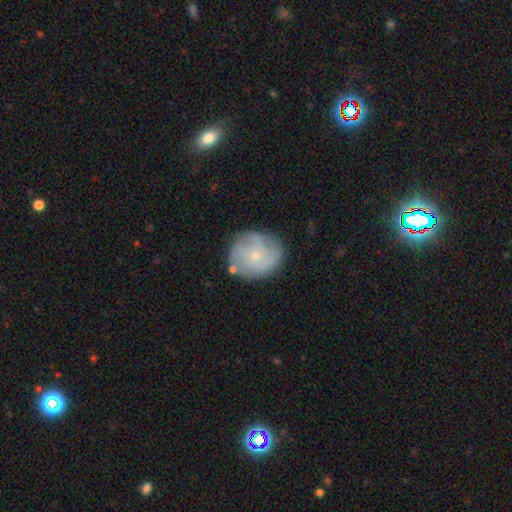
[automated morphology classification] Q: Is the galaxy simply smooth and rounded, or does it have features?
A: featured or disk — 65%.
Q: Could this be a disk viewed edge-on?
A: no — 98%.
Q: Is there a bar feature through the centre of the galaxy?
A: no — 80%.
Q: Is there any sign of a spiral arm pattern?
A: yes — 87%.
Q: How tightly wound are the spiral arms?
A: tight — 55%.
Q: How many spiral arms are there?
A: can't tell — 31%.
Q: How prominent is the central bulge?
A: small — 80%.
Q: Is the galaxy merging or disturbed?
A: none — 76%.